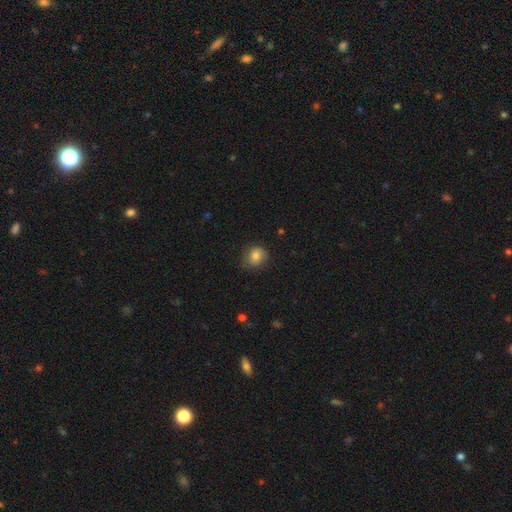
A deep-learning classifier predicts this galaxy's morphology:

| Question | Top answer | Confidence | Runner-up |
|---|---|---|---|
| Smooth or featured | smooth | 77% | featured or disk (14%) |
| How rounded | round | 71% | in between (28%) |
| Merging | none | 70% | minor disturbance (22%) |